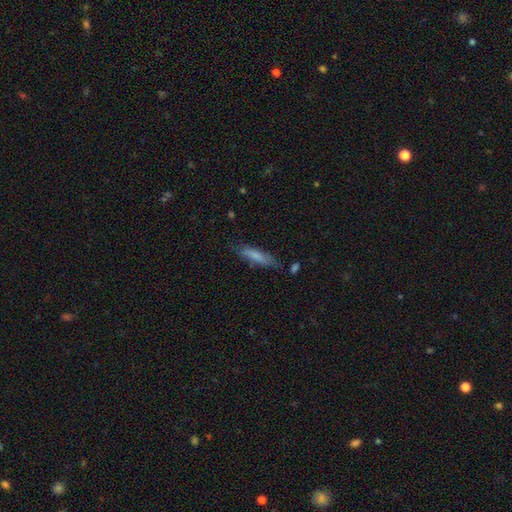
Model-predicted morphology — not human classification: smooth 74%, featured or disk 19%, star or artifact 7%. Down the decision tree: how rounded — cigar-shaped (78%); merging — none (72%).